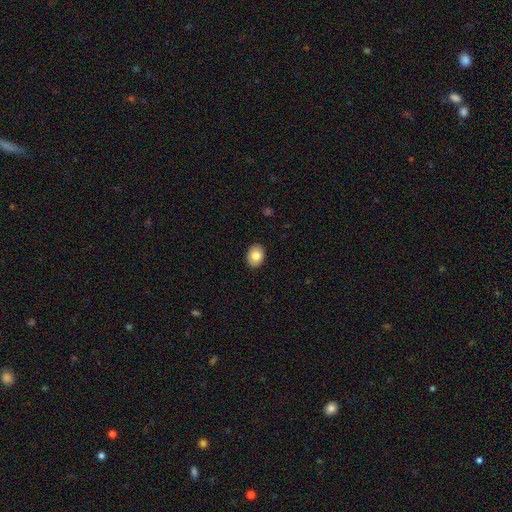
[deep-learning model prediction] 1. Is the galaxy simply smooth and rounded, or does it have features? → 82% smooth, 10% featured or disk, 8% star or artifact.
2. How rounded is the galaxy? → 65% in between, 34% round, 1% cigar-shaped.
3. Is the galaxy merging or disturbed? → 90% none, 7% minor disturbance, 2% major disturbance, 1% merger.